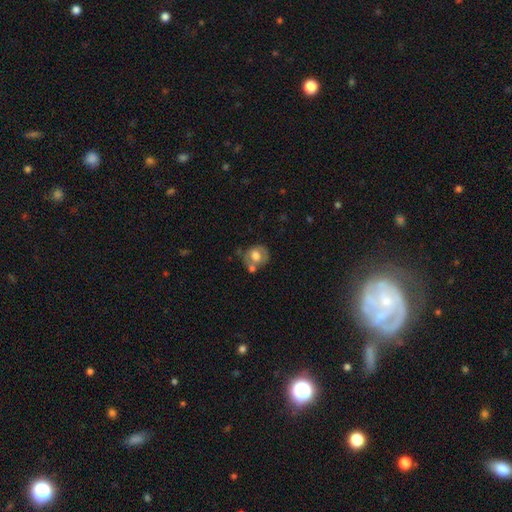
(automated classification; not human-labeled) Overall: smooth (58%; featured or disk 34%). How rounded: round (66%; in between 33%). Merging: none (46%; merger 23%).